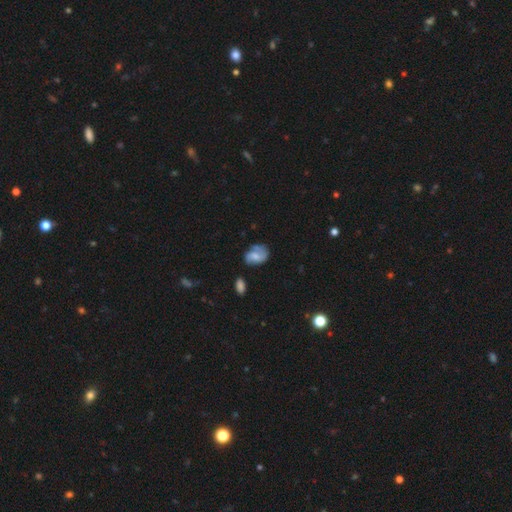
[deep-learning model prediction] Overall: smooth (46%; featured or disk 45%). Merging: none (47%; minor disturbance 29%).